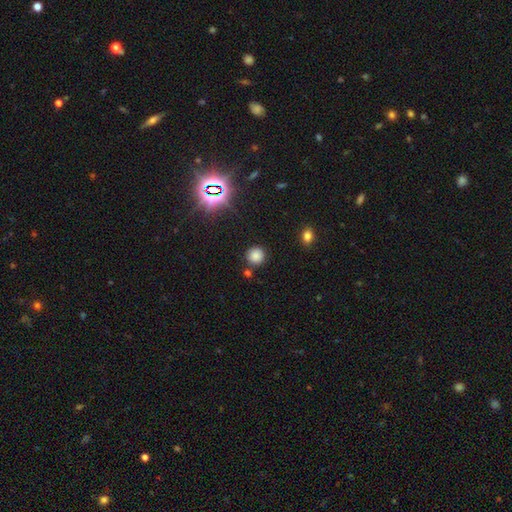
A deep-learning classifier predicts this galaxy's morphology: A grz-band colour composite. It shows a smooth galaxy with no disk features (77%) that is round (91%). Merging: none (82%).